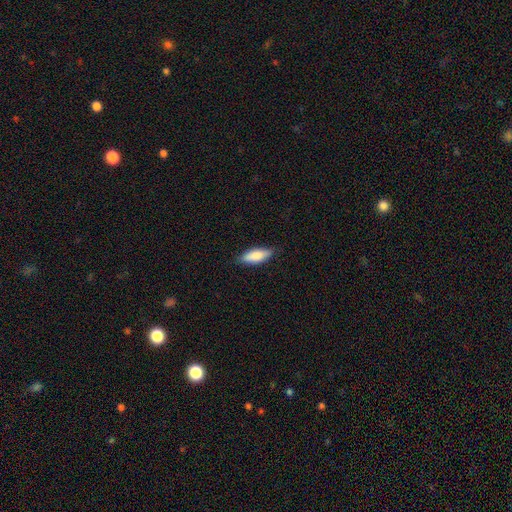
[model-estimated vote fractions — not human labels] Overall: smooth (81%). How rounded: in between (69%). Merging: none (80%).